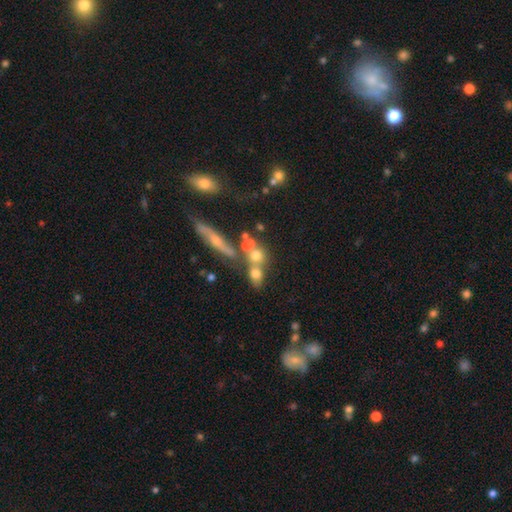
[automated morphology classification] This is likely a smooth galaxy (62%). How rounded: likely round (65%). Merging: marginally merger (43%).